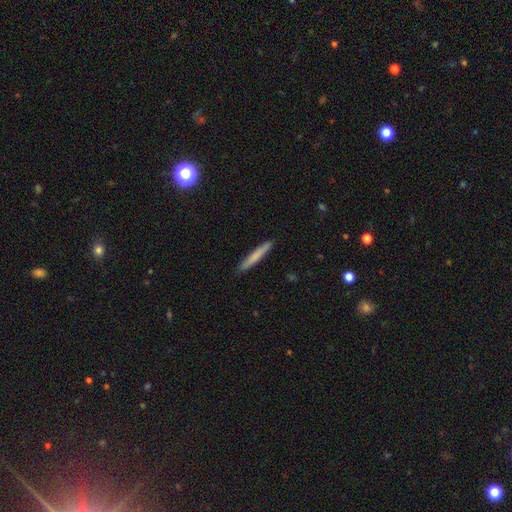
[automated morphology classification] This is likely a smooth galaxy (72%). How rounded: clearly cigar-shaped (96%). Merging: clearly none (90%).